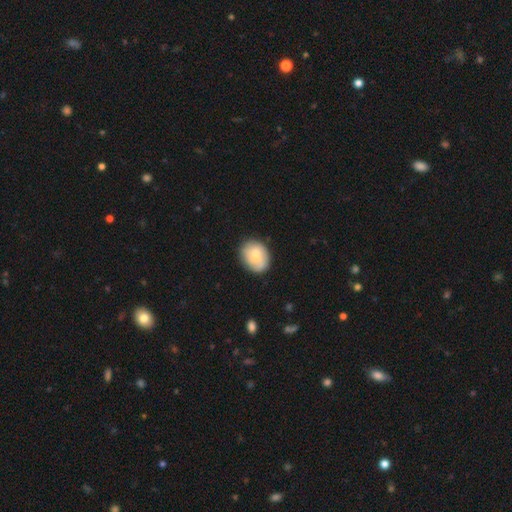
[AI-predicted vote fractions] smooth-or-featured: smooth: 66% | featured or disk: 27% | star or artifact: 7%
  how-rounded: in between: 52% | round: 47% | cigar-shaped: 1%
  merging: none: 67% | minor disturbance: 21% | merger: 6% | major disturbance: 6%